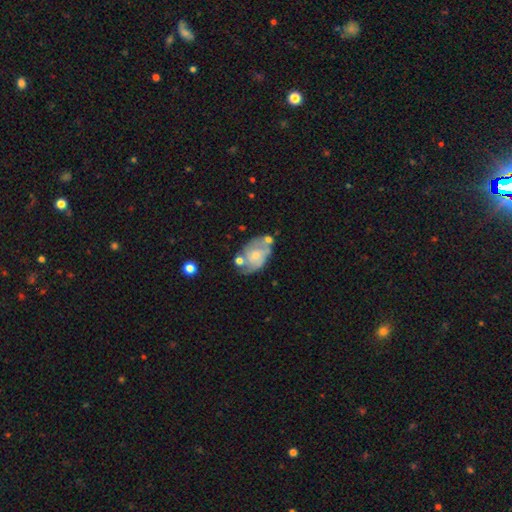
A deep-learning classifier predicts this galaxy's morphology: Q: Smooth or featured?
A: featured or disk (63%); runner-up: smooth (30%)
Q: Edge-on disk?
A: no (96%); runner-up: yes (4%)
Q: Bar?
A: no (71%); runner-up: weak (26%)
Q: Spiral arms?
A: yes (74%); runner-up: no (26%)
Q: Bulge size?
A: small (58%); runner-up: moderate (30%)
Q: Merging?
A: none (48%); runner-up: minor disturbance (25%)